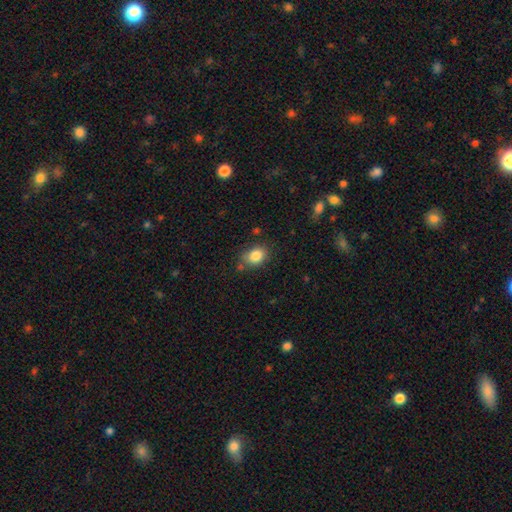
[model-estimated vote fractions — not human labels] smooth_or_featured: smooth (p=0.84) [alt: star or artifact p=0.09]
how_rounded: in between (p=0.63) [alt: round p=0.36]
merging: none (p=0.71) [alt: minor disturbance p=0.19]